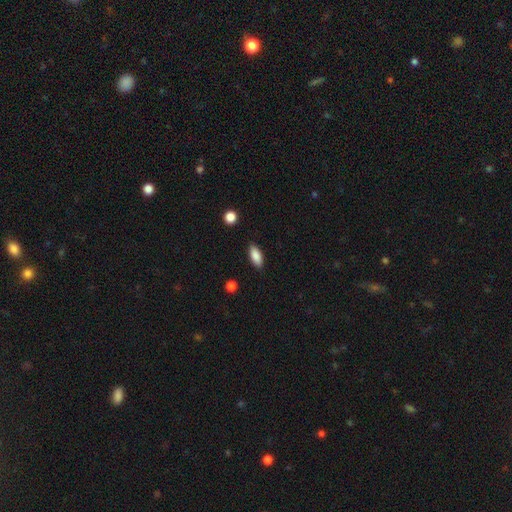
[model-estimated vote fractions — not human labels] This is clearly a smooth galaxy (87%). How rounded: clearly in between (85%). Merging: clearly none (87%).